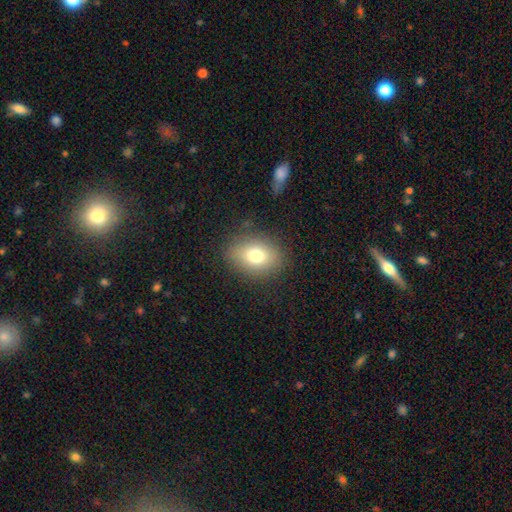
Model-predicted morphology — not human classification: smooth_or_featured: smooth (p=0.76) [alt: featured or disk p=0.13]
how_rounded: in between (p=0.61) [alt: round p=0.38]
merging: none (p=0.85) [alt: minor disturbance p=0.10]